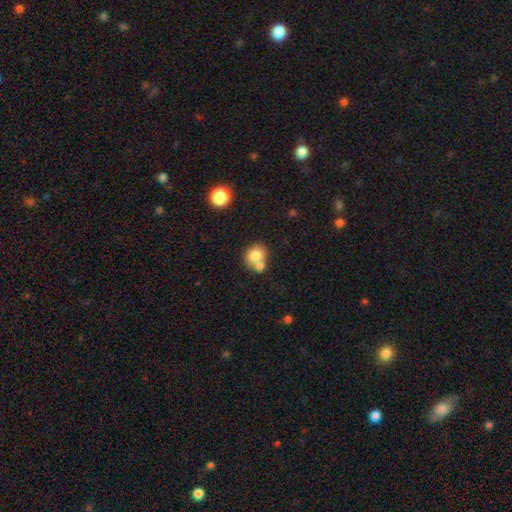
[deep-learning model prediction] Smooth or featured?
  - smooth: 77% *
  - featured or disk: 13%
  - star or artifact: 10%
How rounded?
  - round: 75% *
  - in between: 24%
  - cigar-shaped: 1%
Merging?
  - merger: 46% *
  - none: 42%
  - minor disturbance: 9%
  - major disturbance: 3%